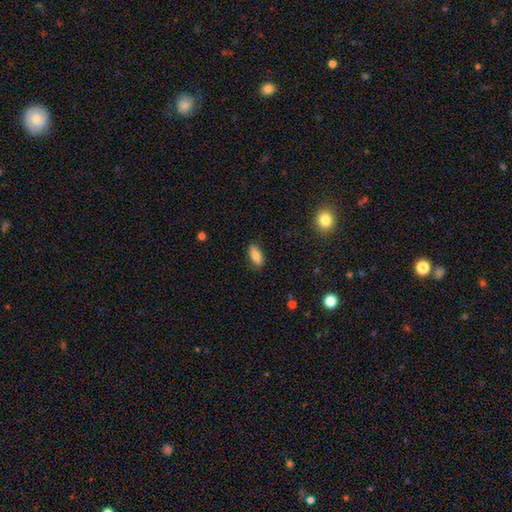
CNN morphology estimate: This is clearly a smooth galaxy (81%). How rounded: clearly in between (80%). Merging: clearly none (87%).